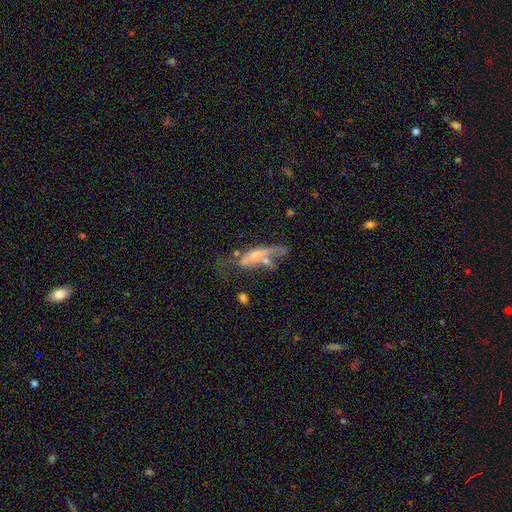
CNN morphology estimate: Smooth or featured? featured or disk (50%)
Merging? none (34%)